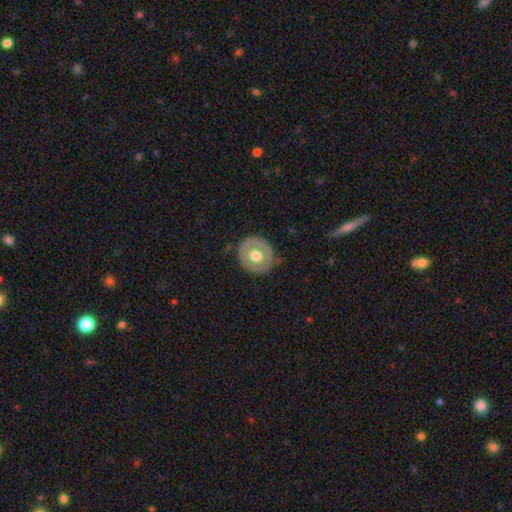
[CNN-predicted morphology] Q: Smooth or featured?
A: smooth (49%); runner-up: featured or disk (46%)
Q: Merging?
A: none (84%); runner-up: minor disturbance (11%)